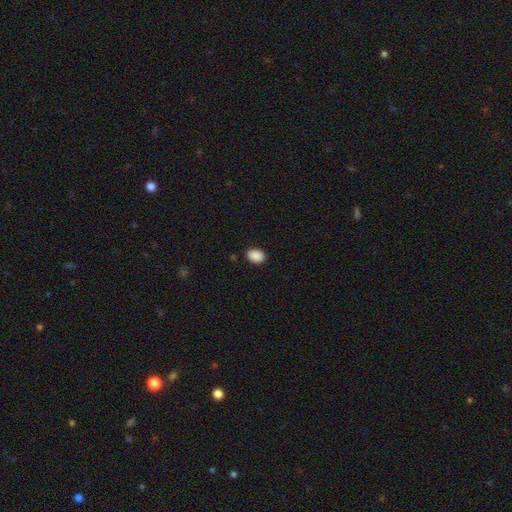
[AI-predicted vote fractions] Smooth or featured: smooth — 90% (star or artifact — 8%)
How rounded: in between — 78% (round — 21%)
Merging: none — 89% (minor disturbance — 8%)